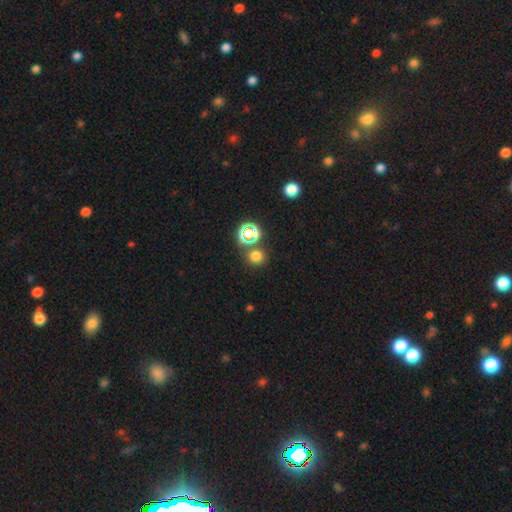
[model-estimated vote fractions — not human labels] smooth-or-featured: smooth: 68% | star or artifact: 26% | featured or disk: 6%
  how-rounded: round: 86% | in between: 13% | cigar-shaped: 1%
  merging: none: 77% | merger: 12% | minor disturbance: 8% | major disturbance: 3%